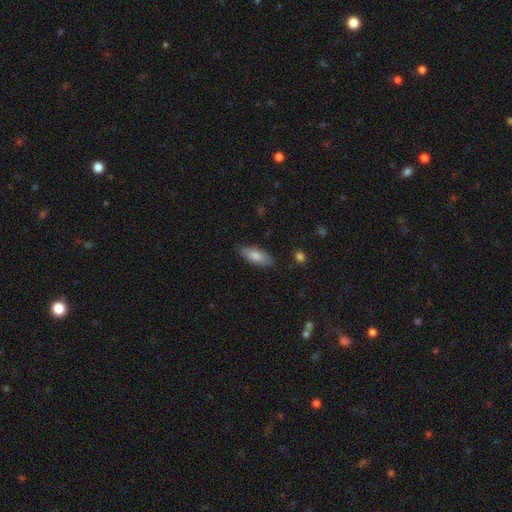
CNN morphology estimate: smooth-or-featured: smooth: 80% | featured or disk: 14% | star or artifact: 6%
  how-rounded: in between: 76% | cigar-shaped: 22% | round: 2%
  merging: none: 83% | minor disturbance: 13% | major disturbance: 2% | merger: 1%